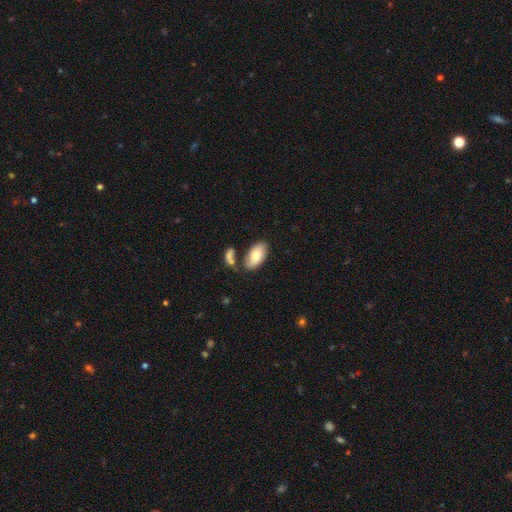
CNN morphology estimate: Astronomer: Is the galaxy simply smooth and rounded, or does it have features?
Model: smooth — 77%.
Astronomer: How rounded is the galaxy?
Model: in between — 95%.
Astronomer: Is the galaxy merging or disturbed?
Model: none — 65%.